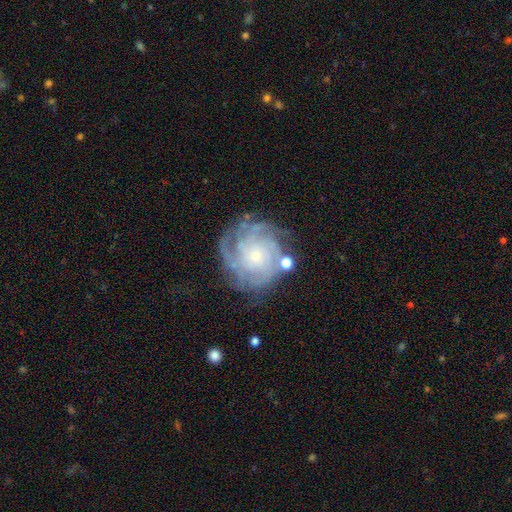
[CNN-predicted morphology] smooth-or-featured: featured or disk: 84% | smooth: 9% | star or artifact: 7%
  disk-edge-on: no: 98% | yes: 2%
    bar: no: 80% | weak: 16% | strong: 4%
    has-spiral-arms: yes: 96% | no: 4%
      spiral-winding: tight: 73% | medium: 22% | loose: 5%
      spiral-arm-count: 4: 31% | can't tell: 25% | more than 4: 16% | 3: 14% | 2: 8% | 1: 6%
    bulge-size: small: 80% | moderate: 15% | none: 3% | large: 2% | dominant: 1%
  merging: none: 72% | minor disturbance: 17% | major disturbance: 8% | merger: 4%